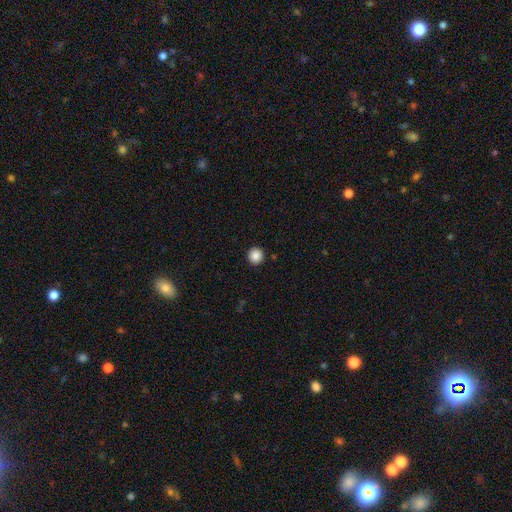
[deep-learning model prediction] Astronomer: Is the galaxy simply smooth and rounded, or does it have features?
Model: smooth — 87%.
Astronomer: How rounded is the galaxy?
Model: round — 96%.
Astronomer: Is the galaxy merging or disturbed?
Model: none — 93%.